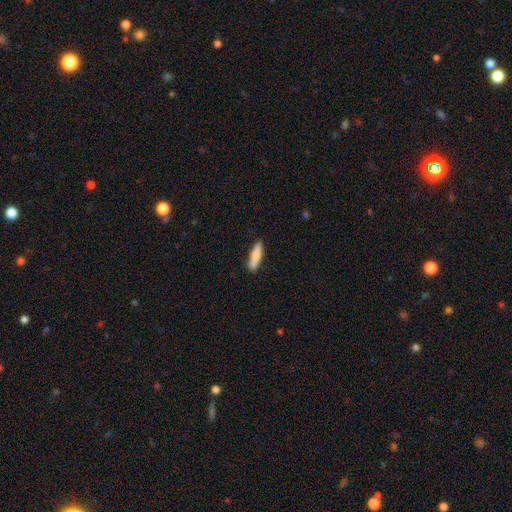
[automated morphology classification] smooth 76%, featured or disk 18%, star or artifact 6%. Down the decision tree: how rounded — cigar-shaped (78%); merging — none (86%).